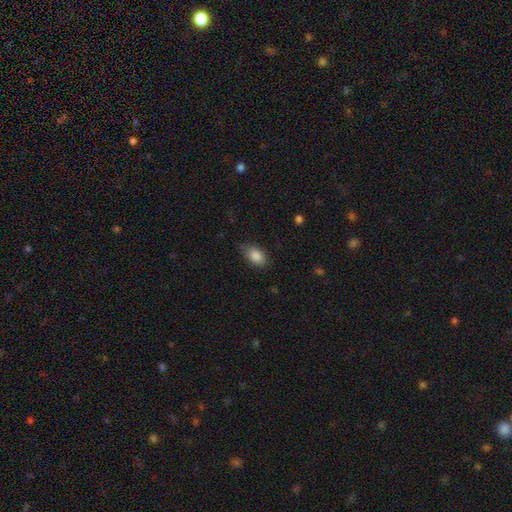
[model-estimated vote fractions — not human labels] Smooth or featured: smooth — 87% (star or artifact — 8%)
How rounded: in between — 89% (round — 9%)
Merging: none — 72% (minor disturbance — 22%)